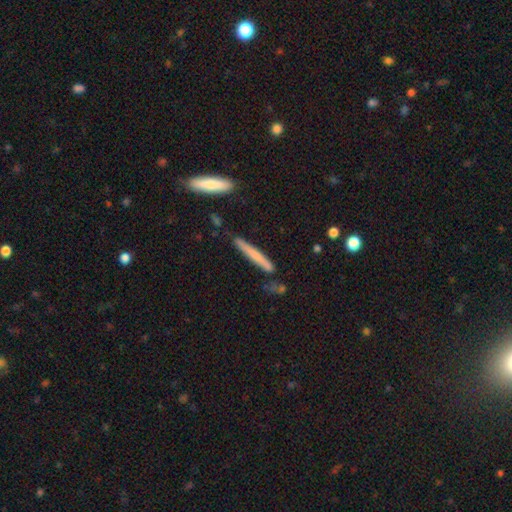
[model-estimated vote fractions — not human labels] Q: Smooth or featured?
A: smooth (63%); runner-up: featured or disk (31%)
Q: How rounded?
A: cigar-shaped (95%); runner-up: in between (3%)
Q: Merging?
A: none (80%); runner-up: minor disturbance (13%)